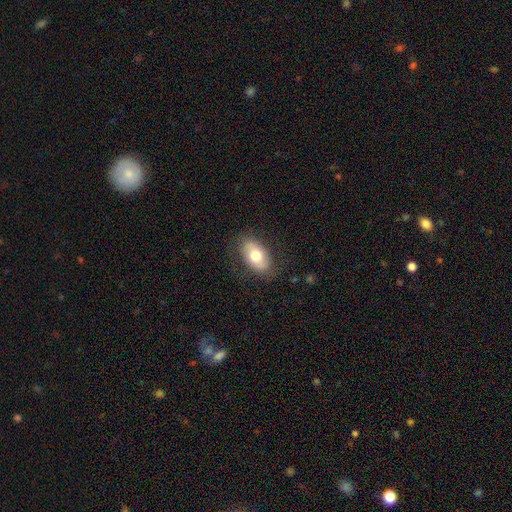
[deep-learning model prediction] Smooth or featured: smooth — 71% (featured or disk — 22%)
How rounded: in between — 92% (round — 5%)
Merging: none — 81% (minor disturbance — 13%)